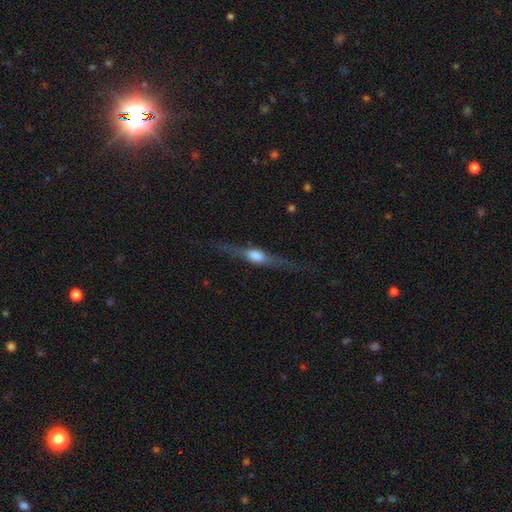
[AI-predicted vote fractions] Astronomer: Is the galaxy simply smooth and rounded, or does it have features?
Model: featured or disk — 74%.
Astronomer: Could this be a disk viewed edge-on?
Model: yes — 96%.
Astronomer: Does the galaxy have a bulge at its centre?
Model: rounded — 86%.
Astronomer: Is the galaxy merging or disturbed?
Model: none — 82%.